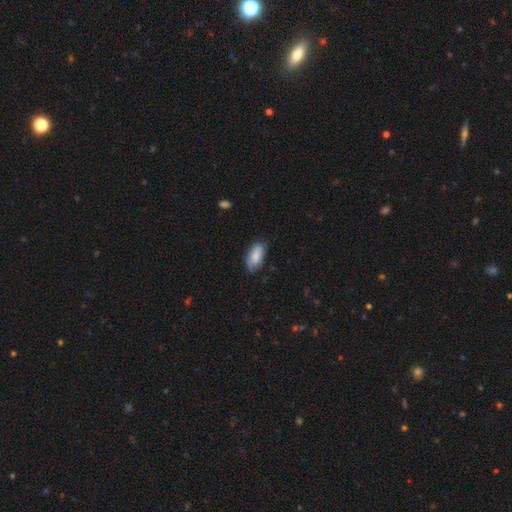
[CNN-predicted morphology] The model was most divided on "merging": none: 69%, minor disturbance: 25%, major disturbance: 5%, merger: 1%. More confident: how rounded — in between (93%); smooth or featured — smooth (82%).